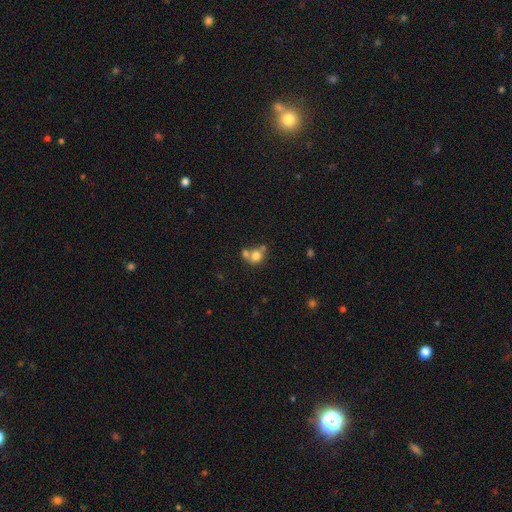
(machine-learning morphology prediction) A smooth galaxy with no disk features (75%) that is round (73%).

Vote fractions:
- Smooth or featured? smooth: 75% / featured or disk: 14% / star or artifact: 11%
- How rounded? round: 73% / in between: 26% / cigar-shaped: 1%
- Merging? merger: 49% / none: 37% / minor disturbance: 9% / major disturbance: 5%